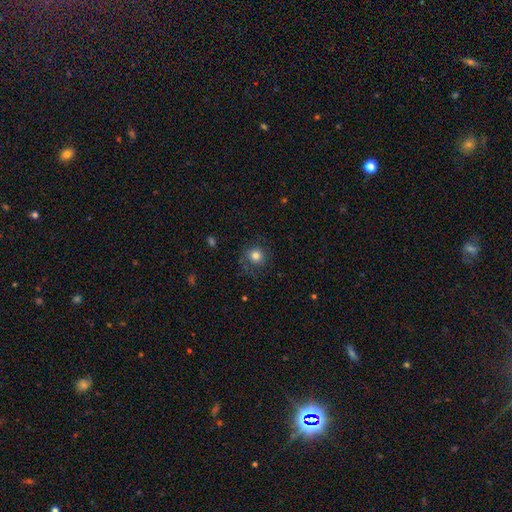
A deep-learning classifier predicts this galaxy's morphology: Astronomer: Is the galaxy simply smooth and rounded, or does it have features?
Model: smooth — 79%.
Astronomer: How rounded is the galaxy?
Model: round — 92%.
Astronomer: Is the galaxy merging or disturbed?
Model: none — 76%.